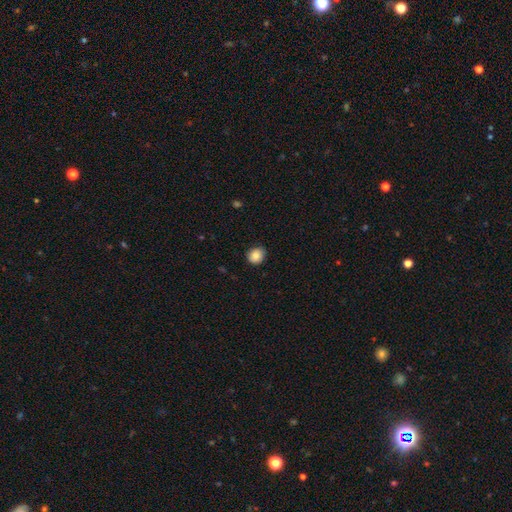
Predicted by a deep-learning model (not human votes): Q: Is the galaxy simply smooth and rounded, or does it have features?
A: smooth — 87%.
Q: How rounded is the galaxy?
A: round — 78%.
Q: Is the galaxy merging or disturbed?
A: none — 84%.